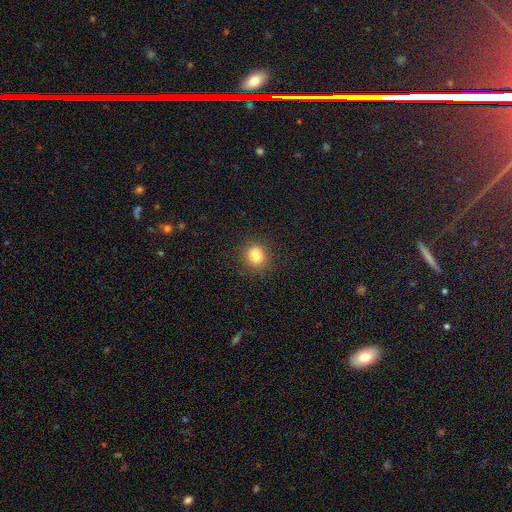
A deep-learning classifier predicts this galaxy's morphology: Q: Smooth or featured?
A: smooth (84%); runner-up: star or artifact (11%)
Q: How rounded?
A: round (74%); runner-up: in between (25%)
Q: Merging?
A: none (85%); runner-up: minor disturbance (10%)